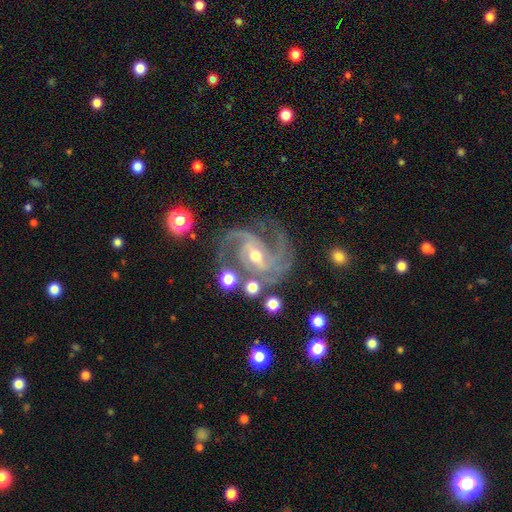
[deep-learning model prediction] Morphology: type=featured or disk (92%); edge-on=no (98%); bar=weak (48%); spiral arms=yes (98%); winding=medium (53%); arm count=3 (43%); bulge=moderate (56%); merging=none (66%).